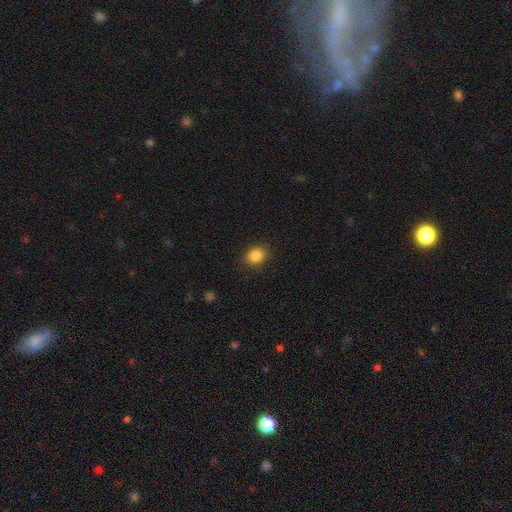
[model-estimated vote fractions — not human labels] Smooth or featured? smooth (86%)
How rounded? round (65%)
Merging? none (87%)